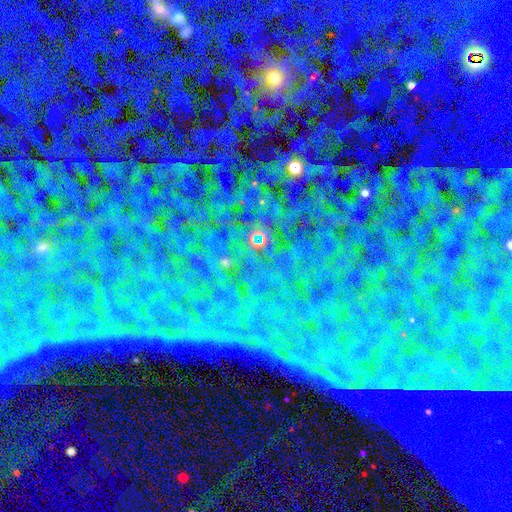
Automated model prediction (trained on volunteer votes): This is likely a star or artifact rather than a galaxy (75%).